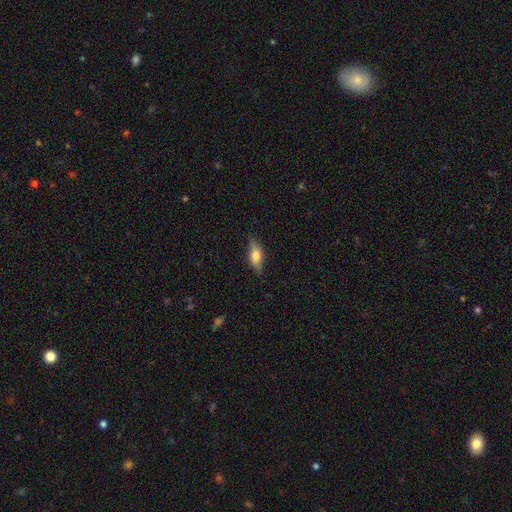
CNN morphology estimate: Overall: smooth (60%; featured or disk 33%). How rounded: in between (67%; cigar-shaped 29%). Merging: none (80%).